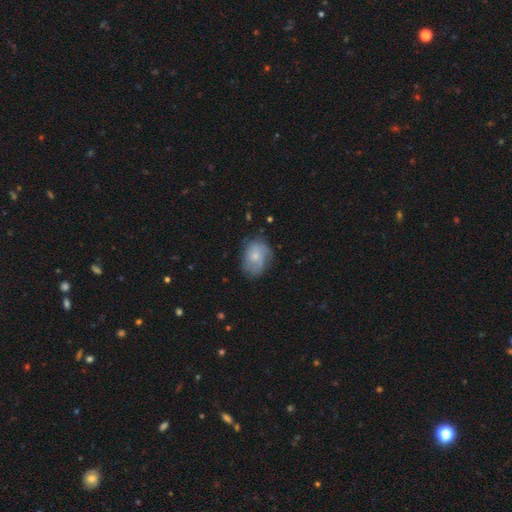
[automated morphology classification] A smooth galaxy with no disk features (49%). Merging: none (62%).